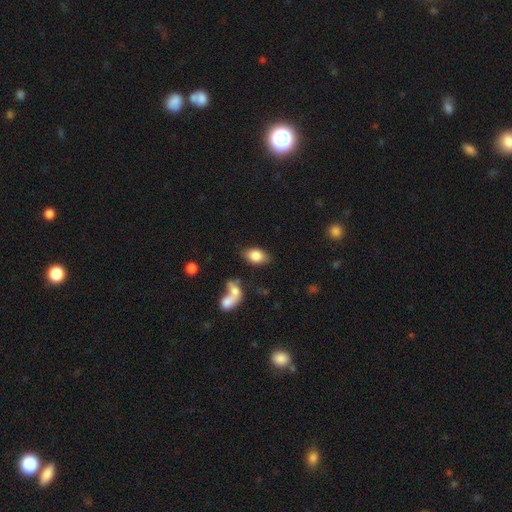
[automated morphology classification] A smooth galaxy with no disk features (80%) that is in between round and cigar-shaped (89%). Merging: none (77%).